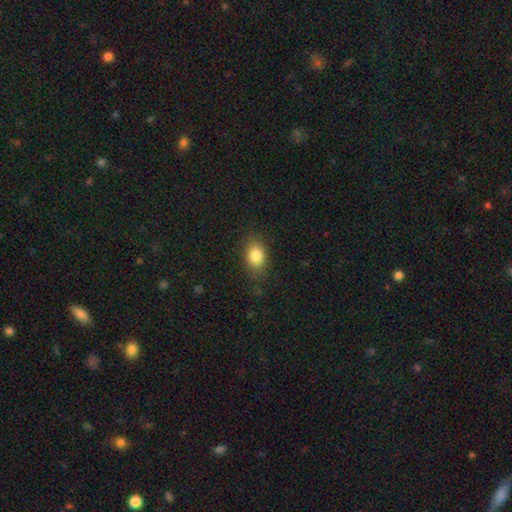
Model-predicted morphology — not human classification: Overall: smooth (83%). How rounded: in between (75%). Merging: none (80%).